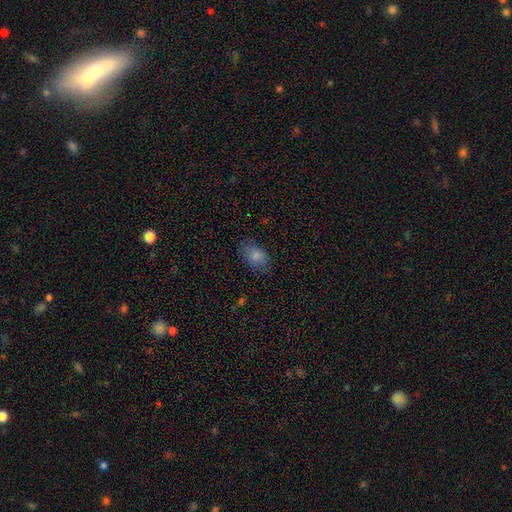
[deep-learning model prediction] Overall: smooth (83%). How rounded: in between (86%). Merging: none (76%).